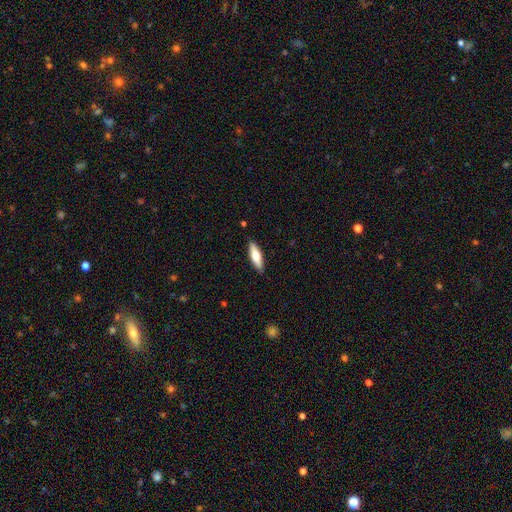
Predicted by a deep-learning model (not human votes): smooth_or_featured: smooth (p=0.61) [alt: featured or disk p=0.34]
how_rounded: cigar-shaped (p=0.56) [alt: in between p=0.42]
merging: none (p=0.89) [alt: minor disturbance p=0.09]